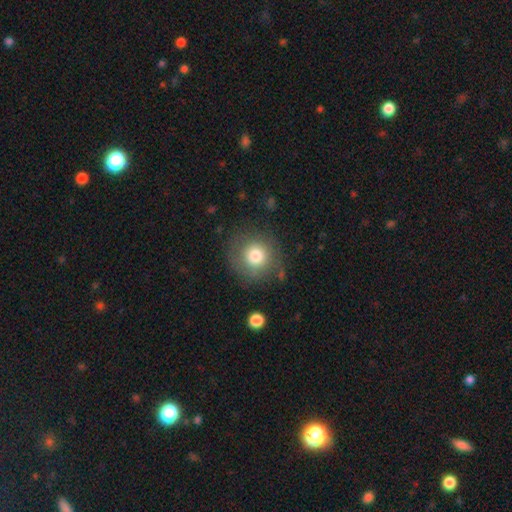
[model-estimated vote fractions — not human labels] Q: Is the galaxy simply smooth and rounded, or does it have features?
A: smooth — 74%.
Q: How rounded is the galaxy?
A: round — 93%.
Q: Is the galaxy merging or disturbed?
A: none — 77%.